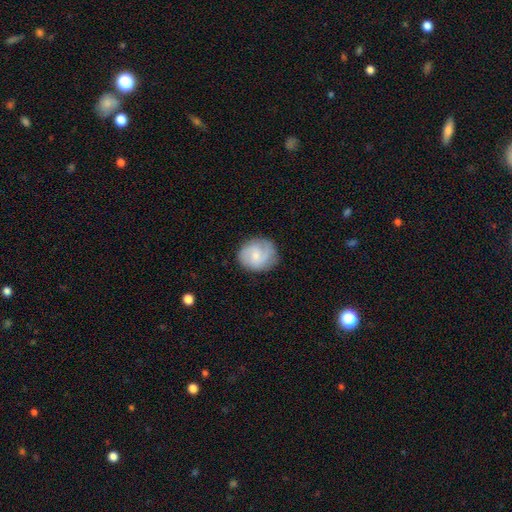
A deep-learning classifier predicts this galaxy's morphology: Smooth or featured? Predicted: smooth (p=0.47). Merging? Predicted: none (p=0.76).